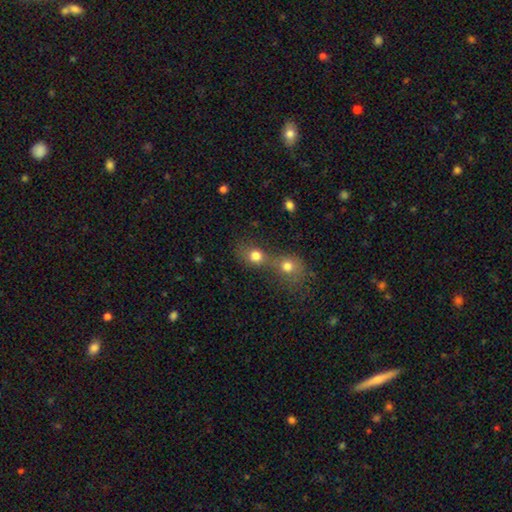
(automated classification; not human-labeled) smooth 78%, star or artifact 12%, featured or disk 10%. Down the decision tree: how rounded — round (73%); merging — merger (62%).